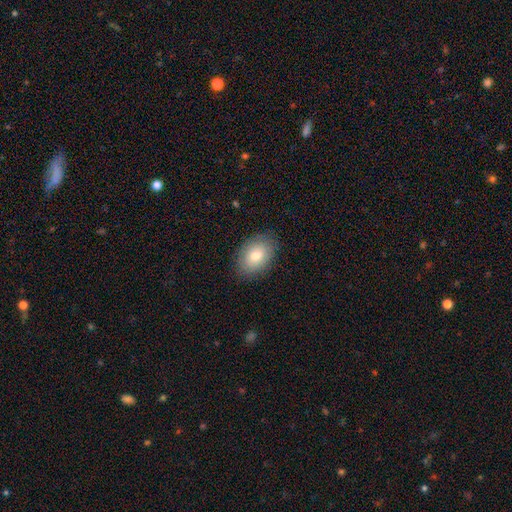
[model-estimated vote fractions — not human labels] Overall: smooth (78%). How rounded: in between (84%). Merging: none (86%).